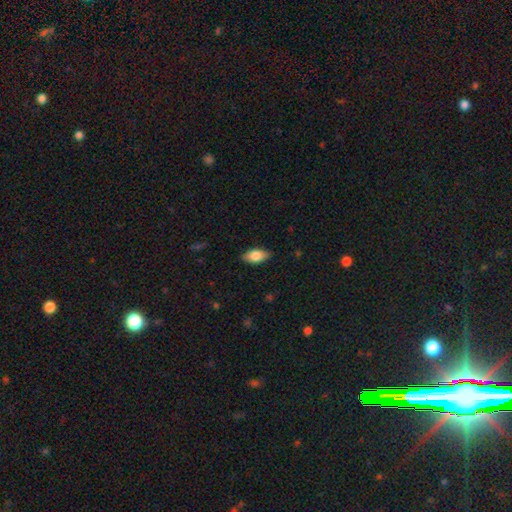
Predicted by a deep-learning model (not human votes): smooth-or-featured: smooth: 80% | featured or disk: 13% | star or artifact: 6%
  how-rounded: in between: 91% | cigar-shaped: 5% | round: 4%
  merging: none: 85% | minor disturbance: 11% | major disturbance: 2% | merger: 1%